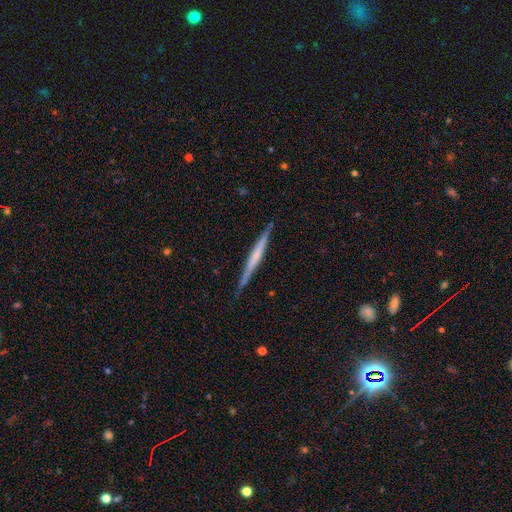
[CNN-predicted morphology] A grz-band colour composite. It shows a featured or disk galaxy (61%) viewed edge-on (98%) with no central bulge (65%). Merging: none (86%).